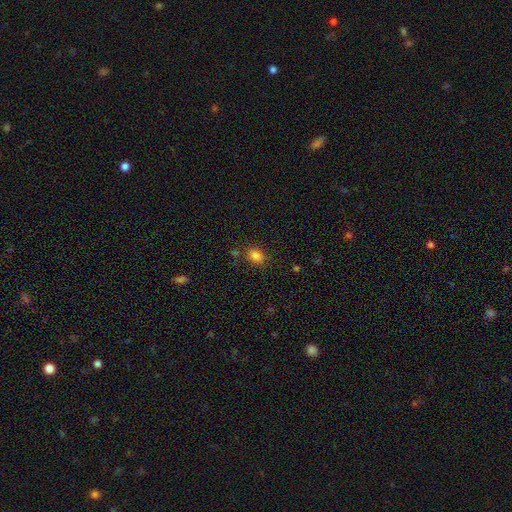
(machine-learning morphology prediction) smooth-or-featured: smooth: 82% | star or artifact: 13% | featured or disk: 5%
  how-rounded: in between: 60% | round: 38% | cigar-shaped: 1%
  merging: none: 77% | minor disturbance: 13% | merger: 6% | major disturbance: 4%